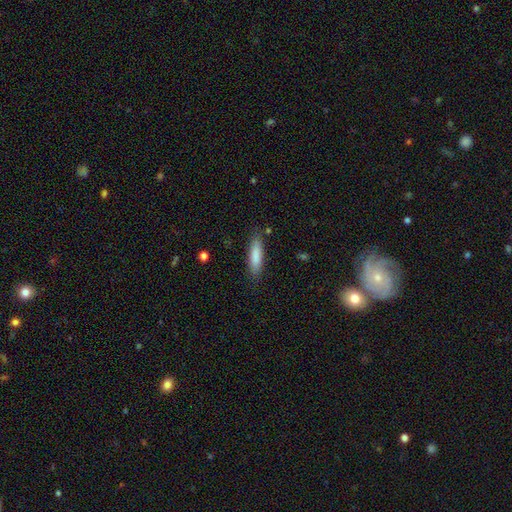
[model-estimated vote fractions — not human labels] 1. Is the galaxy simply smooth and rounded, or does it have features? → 84% smooth, 10% featured or disk, 6% star or artifact.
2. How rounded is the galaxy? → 70% cigar-shaped, 29% in between, 1% round.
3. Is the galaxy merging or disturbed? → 84% none, 12% minor disturbance, 3% major disturbance, 2% merger.